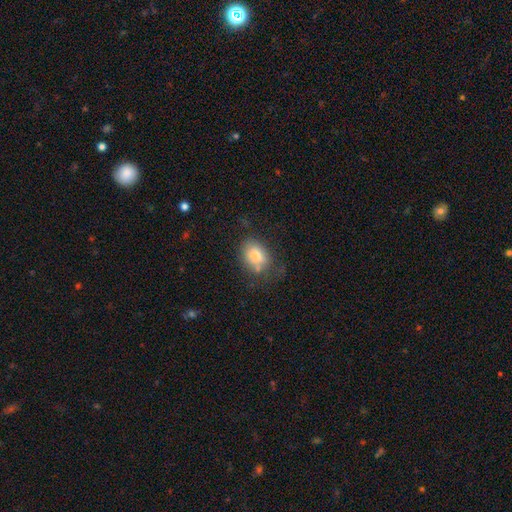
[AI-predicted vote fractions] Smooth or featured?
  - smooth: 79% *
  - featured or disk: 12%
  - star or artifact: 9%
How rounded?
  - in between: 65% *
  - round: 33%
  - cigar-shaped: 1%
Merging?
  - none: 61% *
  - minor disturbance: 23%
  - major disturbance: 8%
  - merger: 7%